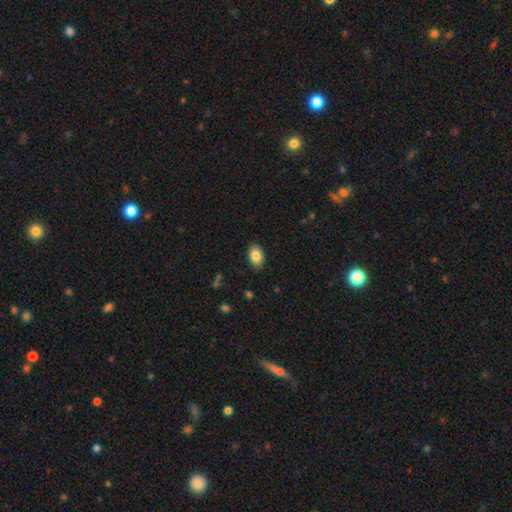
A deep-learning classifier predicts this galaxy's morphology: Smooth or featured?
  - smooth: 85% *
  - featured or disk: 8%
  - star or artifact: 7%
How rounded?
  - in between: 89% *
  - round: 9%
  - cigar-shaped: 1%
Merging?
  - none: 88% *
  - minor disturbance: 9%
  - major disturbance: 2%
  - merger: 1%